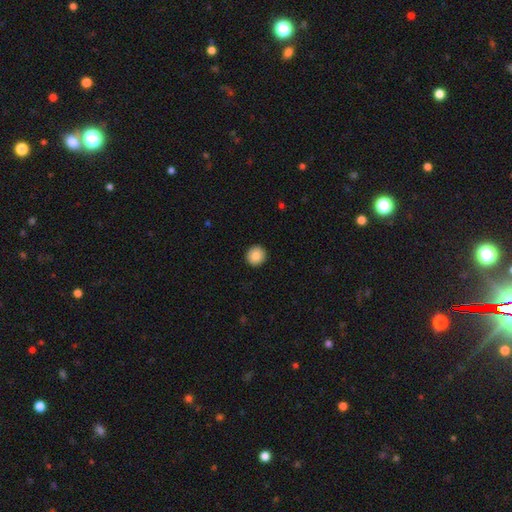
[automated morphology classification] smooth_or_featured: smooth (p=0.86) [alt: star or artifact p=0.08]
how_rounded: round (p=0.93) [alt: in between p=0.06]
merging: none (p=0.93) [alt: minor disturbance p=0.05]